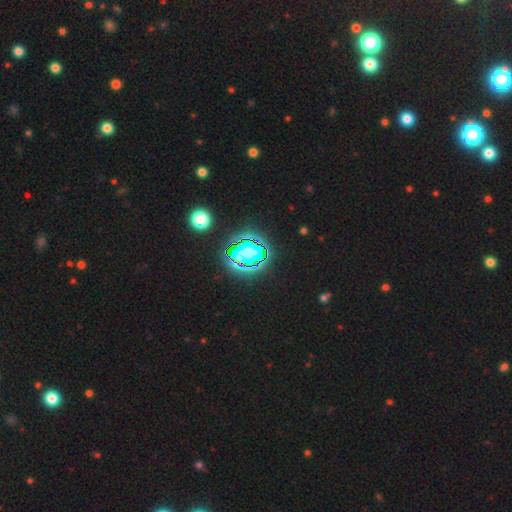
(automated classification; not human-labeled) Q: Smooth or featured?
A: star or artifact (77%); runner-up: smooth (15%)